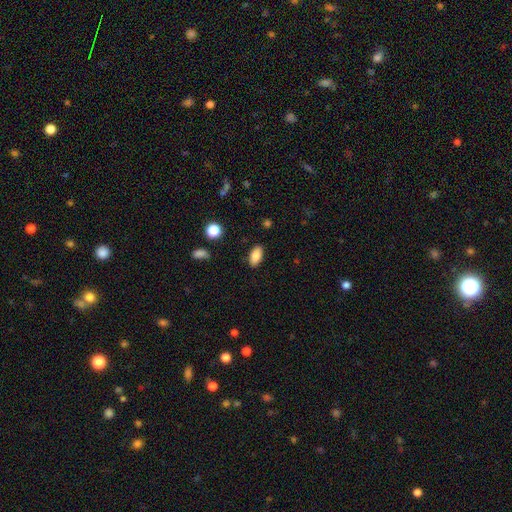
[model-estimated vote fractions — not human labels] Smooth or featured? Predicted: smooth (p=0.86). How rounded? Predicted: in between (p=0.92). Merging? Predicted: none (p=0.87).